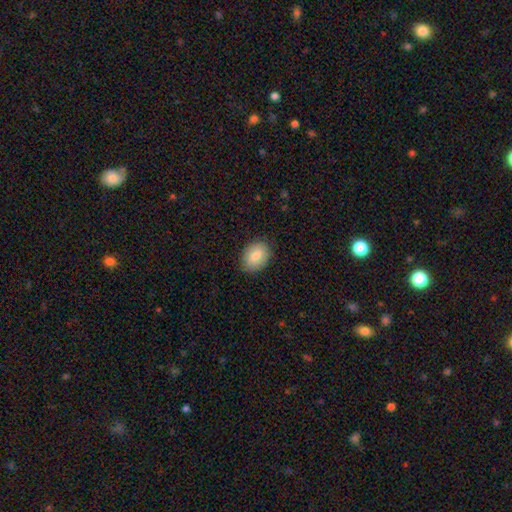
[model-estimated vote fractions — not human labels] The model was most divided on "how rounded": in between: 74%, round: 25%, cigar-shaped: 1%. More confident: merging — none (86%); smooth or featured — smooth (82%).